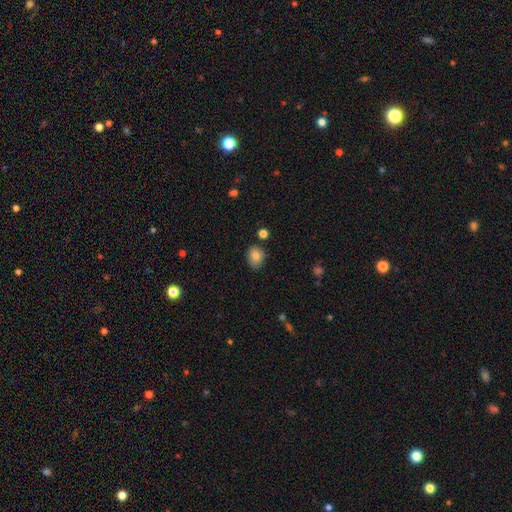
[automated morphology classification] type=smooth (81%); roundness=in between (53%); merging=none (73%).